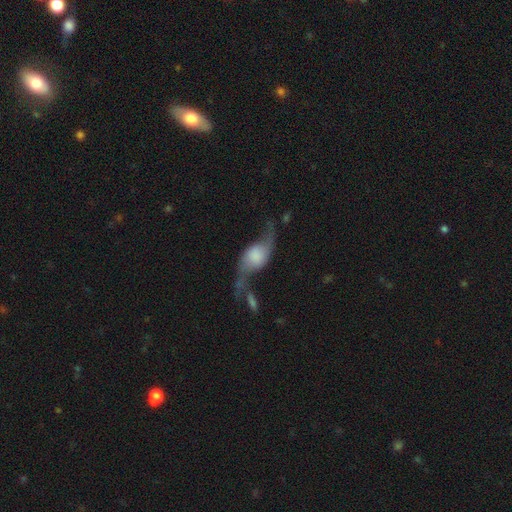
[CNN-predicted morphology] featured or disk 69%, smooth 24%, star or artifact 8%. Down the decision tree: edge-on disk — no (89%); bar — no (63%); spiral arms — yes (90%); spiral arm count — 2 (92%); spiral winding — loose (92%); bulge size — none (33%); merging — none (40%).